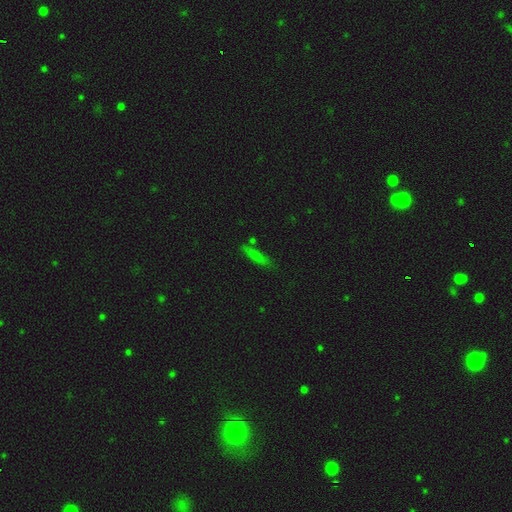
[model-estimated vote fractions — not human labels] The model was most divided on "how rounded": cigar-shaped: 74%, in between: 23%, round: 3%. More confident: merging — none (77%); smooth or featured — smooth (71%).